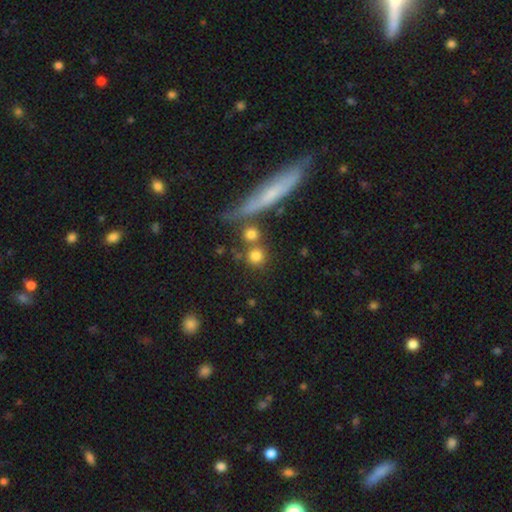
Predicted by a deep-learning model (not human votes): smooth-or-featured: smooth: 78% | featured or disk: 11% | star or artifact: 11%
  how-rounded: round: 90% | in between: 7% | cigar-shaped: 4%
  merging: none: 71% | merger: 16% | minor disturbance: 9% | major disturbance: 4%